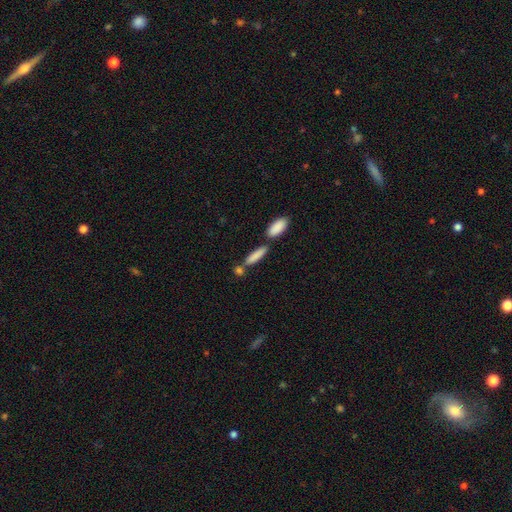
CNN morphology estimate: Smooth or featured: smooth — 83% (featured or disk — 10%)
How rounded: cigar-shaped — 69% (in between — 29%)
Merging: none — 64% (merger — 22%)